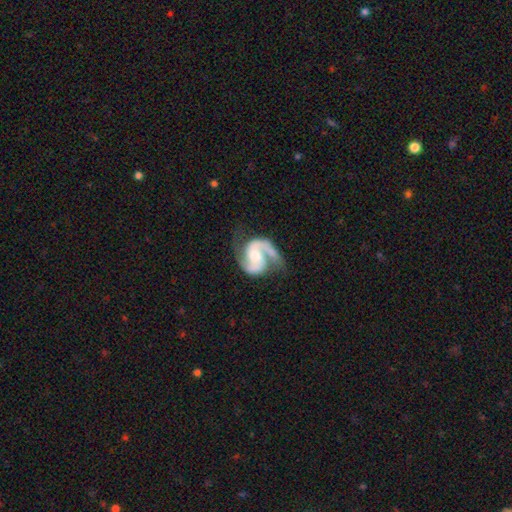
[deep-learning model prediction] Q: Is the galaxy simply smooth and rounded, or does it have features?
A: featured or disk — 91%.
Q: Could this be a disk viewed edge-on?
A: no — 98%.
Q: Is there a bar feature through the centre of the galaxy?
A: no — 44%.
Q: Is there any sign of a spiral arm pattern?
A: yes — 98%.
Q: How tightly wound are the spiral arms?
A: medium — 58%.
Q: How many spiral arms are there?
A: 2 — 90%.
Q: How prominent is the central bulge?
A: moderate — 47%.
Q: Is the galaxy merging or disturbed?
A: none — 64%.